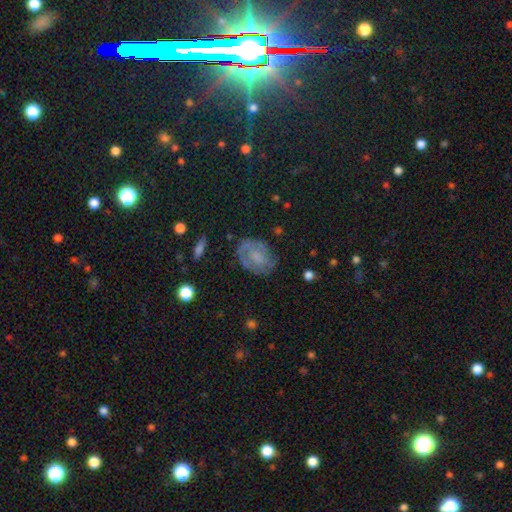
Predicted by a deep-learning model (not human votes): A featured or disk galaxy (50%). Merging: none (66%).